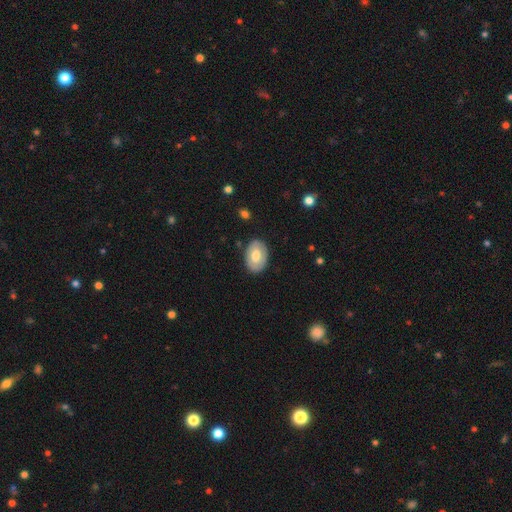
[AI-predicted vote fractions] This is possibly a smooth galaxy (60%). How rounded: clearly in between (85%). Merging: clearly none (84%).